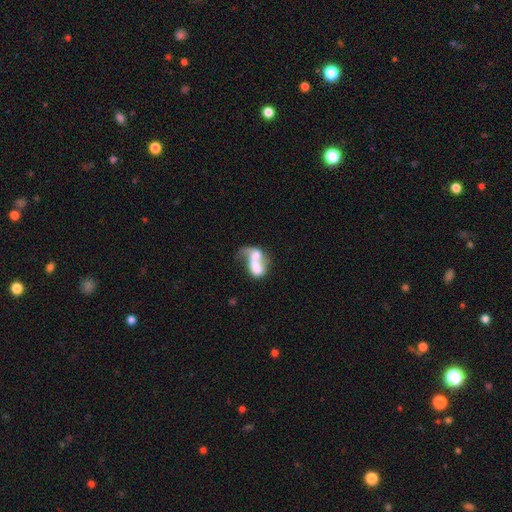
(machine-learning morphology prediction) smooth-or-featured: smooth: 47% | featured or disk: 44% | star or artifact: 9%
  merging: merger: 64% | major disturbance: 18% | none: 11% | minor disturbance: 7%